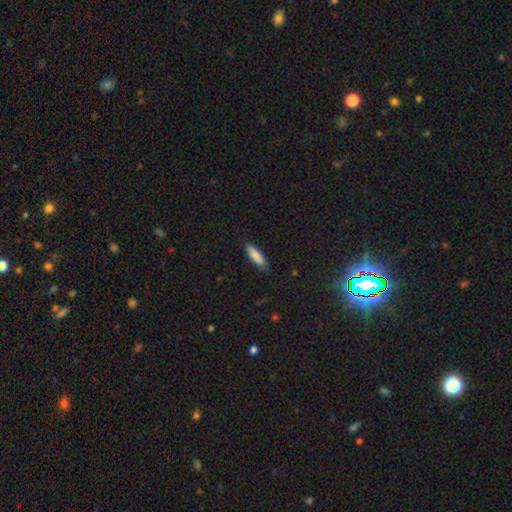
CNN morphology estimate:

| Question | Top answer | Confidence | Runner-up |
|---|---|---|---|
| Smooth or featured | smooth | 86% | featured or disk (8%) |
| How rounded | cigar-shaped | 58% | in between (41%) |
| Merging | none | 85% | minor disturbance (12%) |